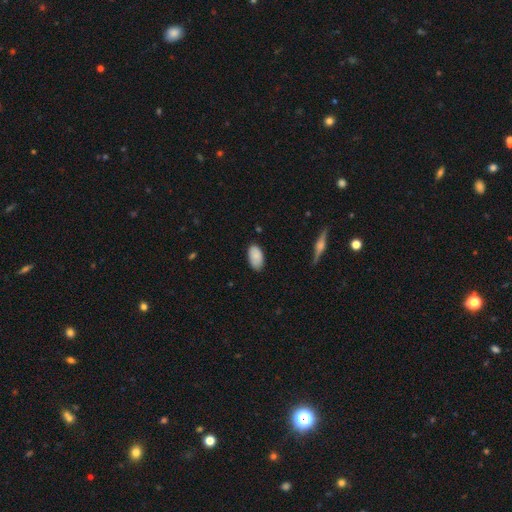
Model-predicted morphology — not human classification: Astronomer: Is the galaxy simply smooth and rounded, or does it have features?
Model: smooth — 86%.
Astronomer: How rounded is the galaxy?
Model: in between — 95%.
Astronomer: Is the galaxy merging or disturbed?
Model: none — 80%.